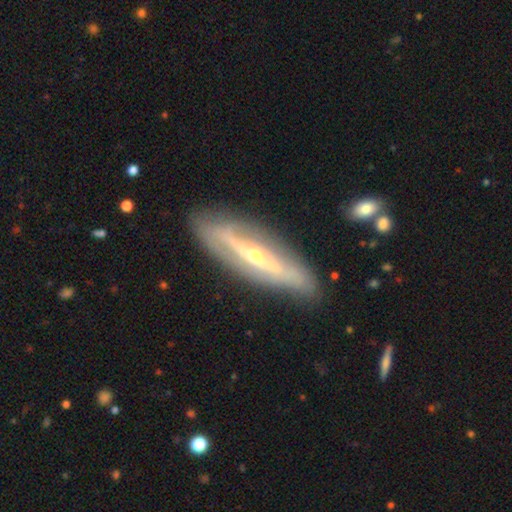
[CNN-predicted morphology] Q: Smooth or featured?
A: featured or disk (79%); runner-up: smooth (16%)
Q: Edge-on disk?
A: yes (57%); runner-up: no (43%)
Q: Merging?
A: none (82%); runner-up: minor disturbance (12%)